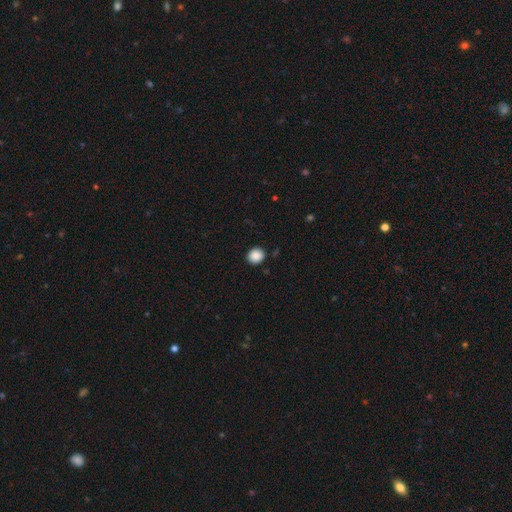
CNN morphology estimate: smooth-or-featured: smooth: 89% | star or artifact: 9% | featured or disk: 3%
  how-rounded: round: 82% | in between: 17% | cigar-shaped: 1%
  merging: none: 90% | minor disturbance: 7% | major disturbance: 2% | merger: 1%